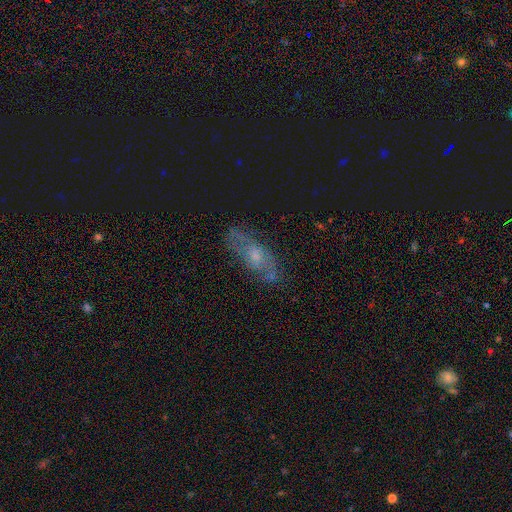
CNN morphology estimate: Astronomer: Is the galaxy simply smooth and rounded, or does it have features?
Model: featured or disk — 59%.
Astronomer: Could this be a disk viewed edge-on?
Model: no — 83%.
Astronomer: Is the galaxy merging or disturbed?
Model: none — 67%.